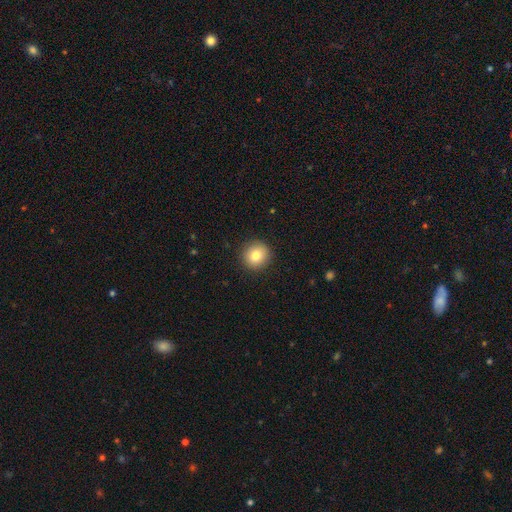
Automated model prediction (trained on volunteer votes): smooth-or-featured: smooth: 82% | star or artifact: 9% | featured or disk: 8%
  how-rounded: round: 93% | in between: 6% | cigar-shaped: 1%
  merging: none: 92% | minor disturbance: 5% | major disturbance: 2% | merger: 1%